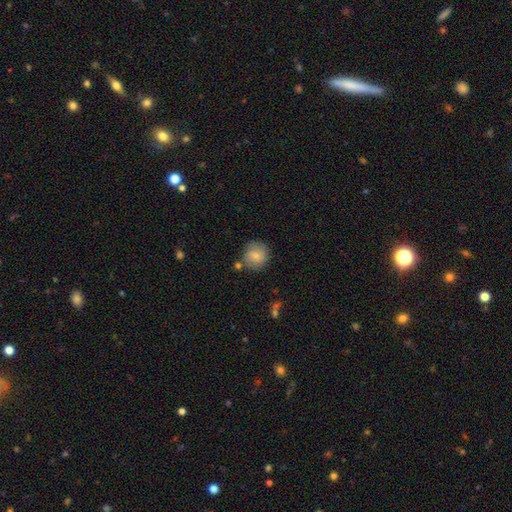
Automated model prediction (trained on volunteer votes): smooth_or_featured: smooth (p=0.78) [alt: featured or disk p=0.14]
how_rounded: round (p=0.90) [alt: in between p=0.09]
merging: none (p=0.73) [alt: minor disturbance p=0.15]